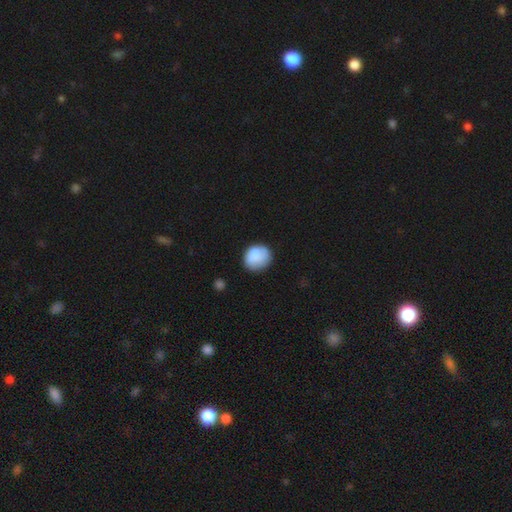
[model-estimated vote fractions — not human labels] A smooth galaxy with no disk features (83%) that is round (69%). Merging: none (69%).